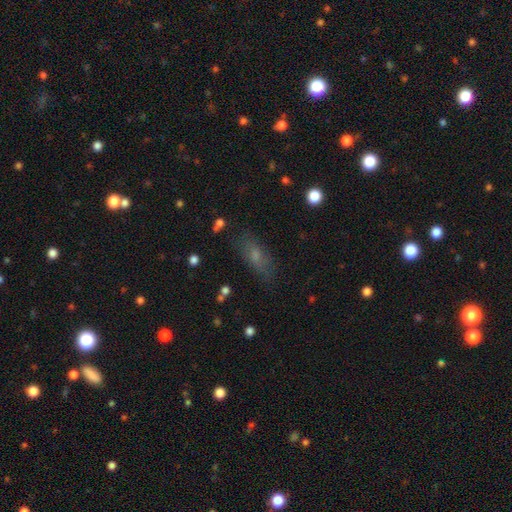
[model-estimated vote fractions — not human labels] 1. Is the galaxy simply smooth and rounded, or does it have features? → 60% smooth, 24% featured or disk, 16% star or artifact.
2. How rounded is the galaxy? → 69% in between, 25% cigar-shaped, 6% round.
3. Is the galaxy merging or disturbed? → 78% none, 15% minor disturbance, 5% major disturbance, 2% merger.